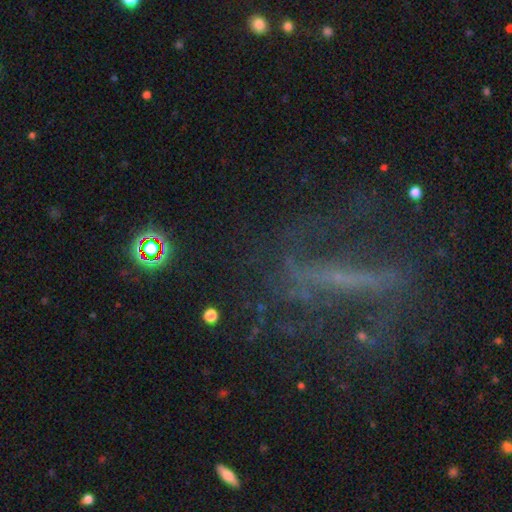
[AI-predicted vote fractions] smooth_or_featured: featured or disk (p=0.60) [alt: star or artifact p=0.27]
disk_edge_on: no (p=0.66) [alt: yes p=0.34]
merging: none (p=0.61) [alt: major disturbance p=0.19]